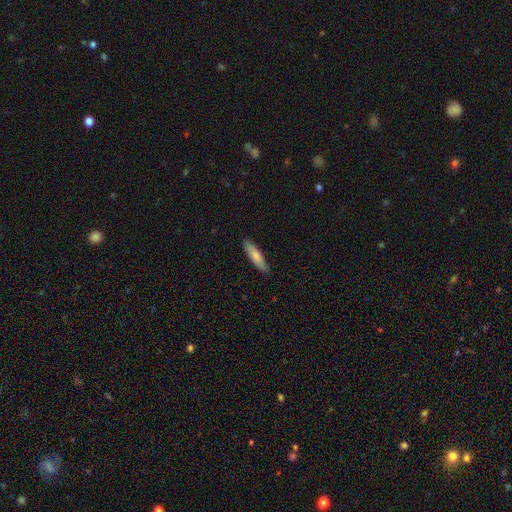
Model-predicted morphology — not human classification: Smooth or featured: smooth — 77% (featured or disk — 18%)
How rounded: cigar-shaped — 72% (in between — 27%)
Merging: none — 88% (minor disturbance — 9%)